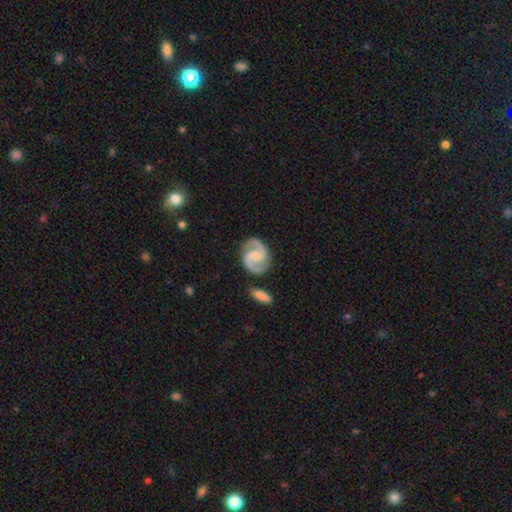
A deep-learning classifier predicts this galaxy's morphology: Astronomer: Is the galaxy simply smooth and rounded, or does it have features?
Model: featured or disk — 91%.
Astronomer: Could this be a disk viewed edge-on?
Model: no — 98%.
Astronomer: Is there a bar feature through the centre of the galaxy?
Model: weak — 44% (runner-up: no, 41%).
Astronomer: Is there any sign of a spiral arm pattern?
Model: yes — 98%.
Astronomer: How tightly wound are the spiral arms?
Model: medium — 63%.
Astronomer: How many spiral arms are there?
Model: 2 — 94%.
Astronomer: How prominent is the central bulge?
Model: small — 52% (runner-up: moderate, 27%).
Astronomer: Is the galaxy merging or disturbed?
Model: none — 81%.